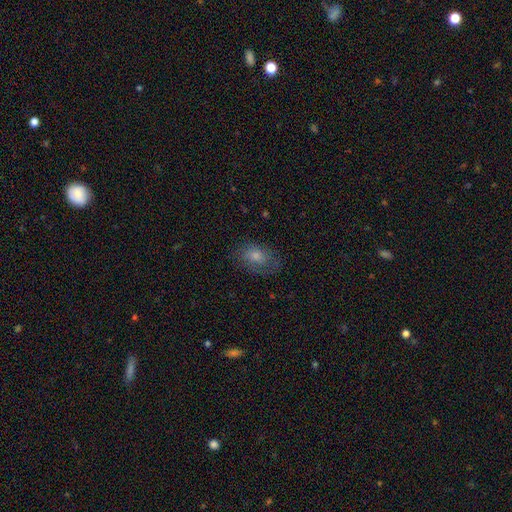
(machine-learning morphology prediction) Smooth or featured?
  - smooth: 52% *
  - featured or disk: 32%
  - star or artifact: 16%
How rounded?
  - in between: 73% *
  - round: 26%
  - cigar-shaped: 2%
Merging?
  - none: 71% *
  - minor disturbance: 19%
  - major disturbance: 8%
  - merger: 1%